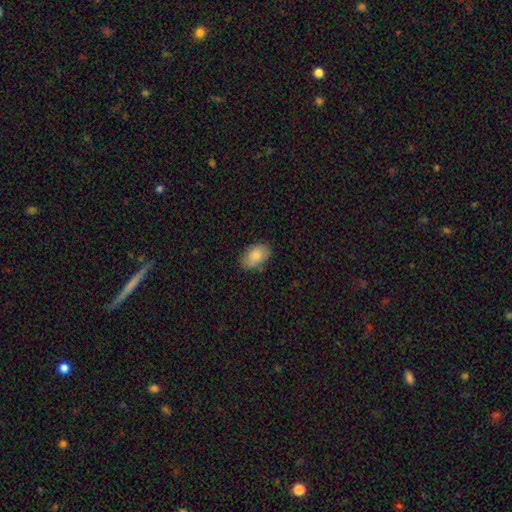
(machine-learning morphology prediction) This appears to be a smooth galaxy with no disk features (83%) that is in between round and cigar-shaped (90%). Merging: none (79%).